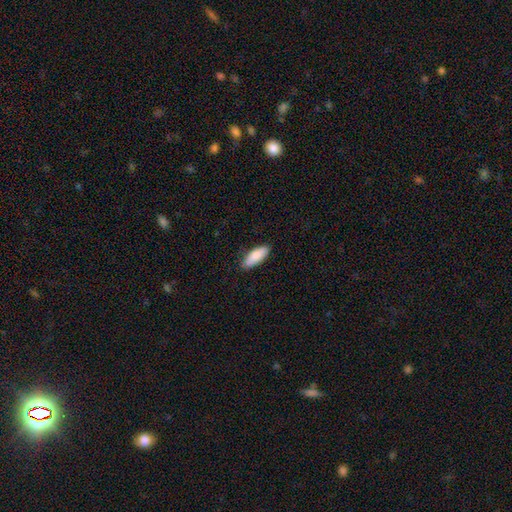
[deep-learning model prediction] A smooth galaxy with no disk features (87%) that is in between round and cigar-shaped (74%). Merging: none (85%).